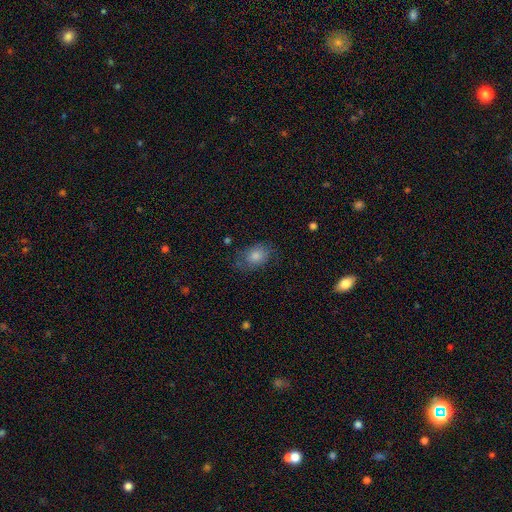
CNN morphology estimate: A smooth galaxy with no disk features (69%) that is in between round and cigar-shaped (72%).

Vote fractions:
- Smooth or featured? smooth: 69% / featured or disk: 18% / star or artifact: 13%
- How rounded? in between: 72% / round: 27% / cigar-shaped: 2%
- Merging? none: 71% / minor disturbance: 20% / major disturbance: 7% / merger: 1%